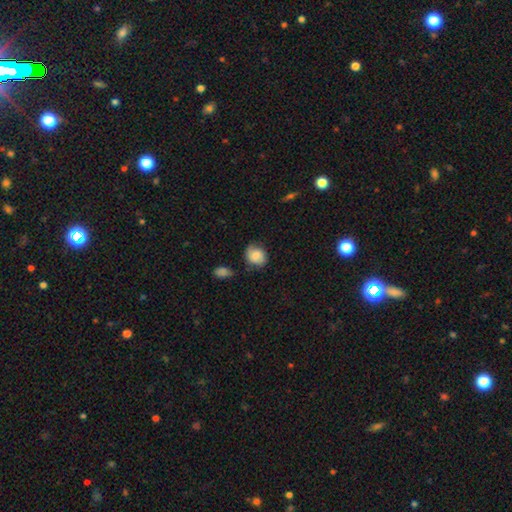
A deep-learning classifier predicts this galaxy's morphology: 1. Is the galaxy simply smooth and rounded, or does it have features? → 71% smooth, 21% featured or disk, 8% star or artifact.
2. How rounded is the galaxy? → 60% round, 39% in between, 1% cigar-shaped.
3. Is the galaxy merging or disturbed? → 64% none, 26% minor disturbance, 6% major disturbance, 4% merger.